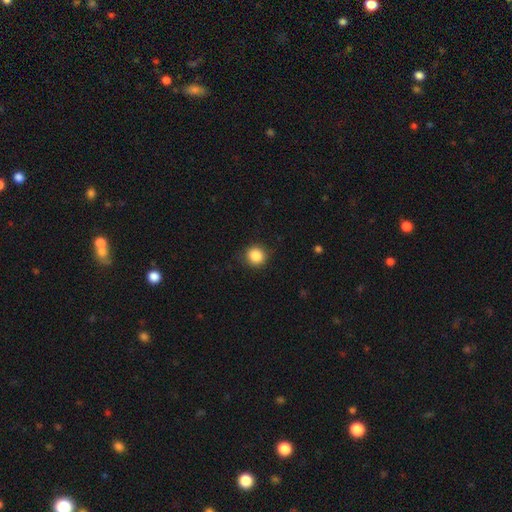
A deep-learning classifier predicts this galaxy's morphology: Q: Smooth or featured?
A: smooth (87%); runner-up: star or artifact (10%)
Q: How rounded?
A: round (89%); runner-up: in between (10%)
Q: Merging?
A: none (88%); runner-up: minor disturbance (9%)